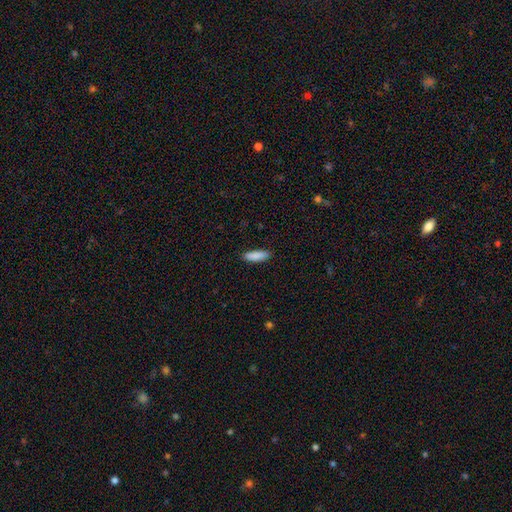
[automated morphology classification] A smooth galaxy with no disk features (89%) that is cigar-shaped (50%).

Vote fractions:
- Smooth or featured? smooth: 89% / star or artifact: 6% / featured or disk: 5%
- How rounded? cigar-shaped: 50% / in between: 49% / round: 2%
- Merging? none: 88% / minor disturbance: 9% / major disturbance: 2% / merger: 1%